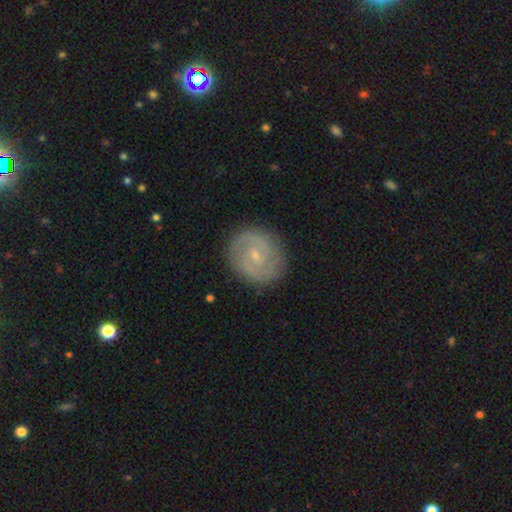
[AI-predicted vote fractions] Q: Smooth or featured?
A: featured or disk (73%); runner-up: smooth (21%)
Q: Edge-on disk?
A: no (98%); runner-up: yes (2%)
Q: Bar?
A: weak (50%); runner-up: no (39%)
Q: Spiral arms?
A: yes (86%); runner-up: no (14%)
Q: Spiral winding?
A: tight (50%); runner-up: medium (39%)
Q: Spiral arm count?
A: 2 (77%); runner-up: can't tell (13%)
Q: Bulge size?
A: small (74%); runner-up: moderate (22%)
Q: Merging?
A: none (87%); runner-up: minor disturbance (9%)